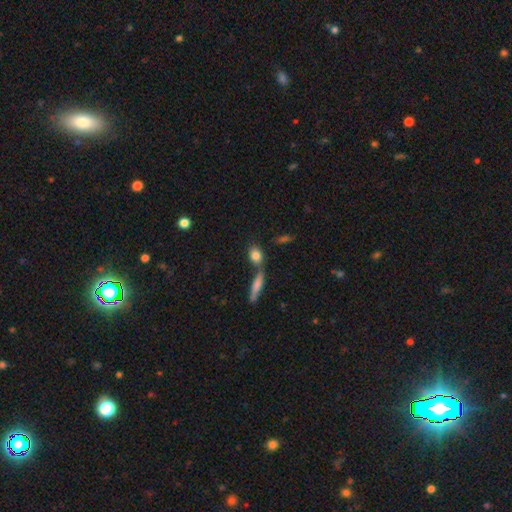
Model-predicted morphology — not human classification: smooth-or-featured: smooth: 81% | featured or disk: 11% | star or artifact: 8%
  how-rounded: in between: 55% | round: 34% | cigar-shaped: 10%
  merging: none: 55% | merger: 30% | minor disturbance: 11% | major disturbance: 4%